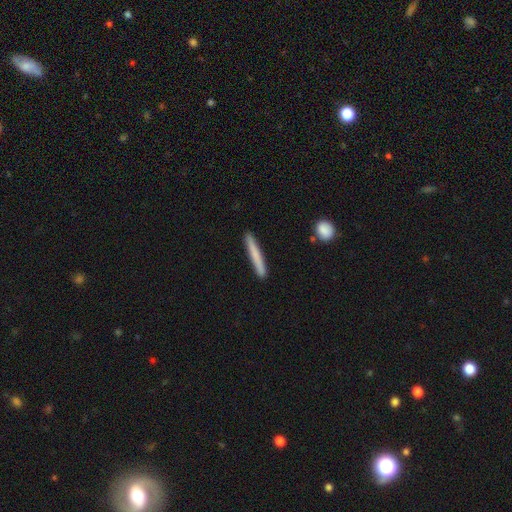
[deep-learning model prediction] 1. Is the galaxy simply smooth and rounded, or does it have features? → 70% smooth, 24% featured or disk, 6% star or artifact.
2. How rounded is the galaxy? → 96% cigar-shaped, 2% in between, 1% round.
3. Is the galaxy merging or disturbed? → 90% none, 7% minor disturbance, 2% merger, 1% major disturbance.